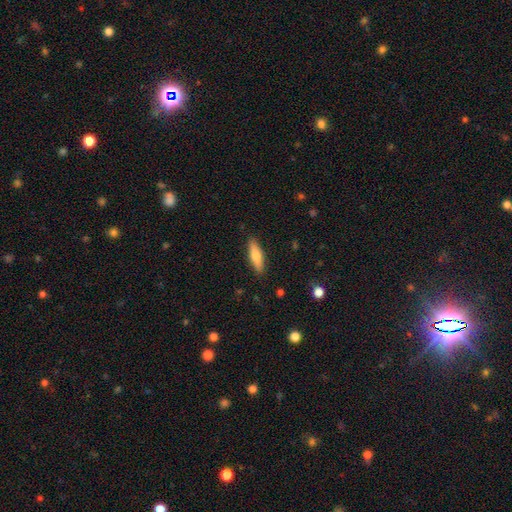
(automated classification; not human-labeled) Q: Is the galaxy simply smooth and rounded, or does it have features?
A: smooth — 71%.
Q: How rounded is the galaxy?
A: cigar-shaped — 58%.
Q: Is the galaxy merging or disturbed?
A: none — 88%.